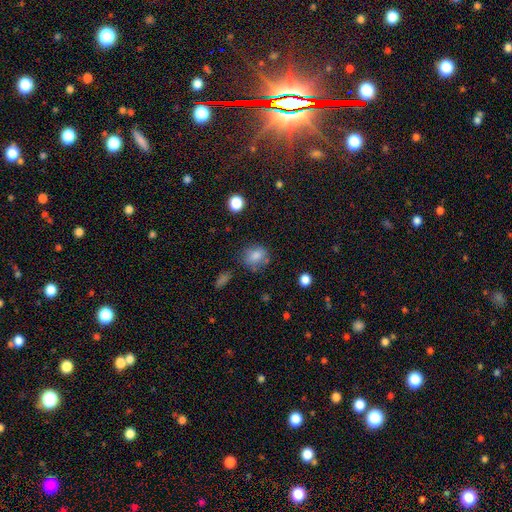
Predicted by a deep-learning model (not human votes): A smooth galaxy with no disk features (80%) that is round (57%). Merging: none (66%).